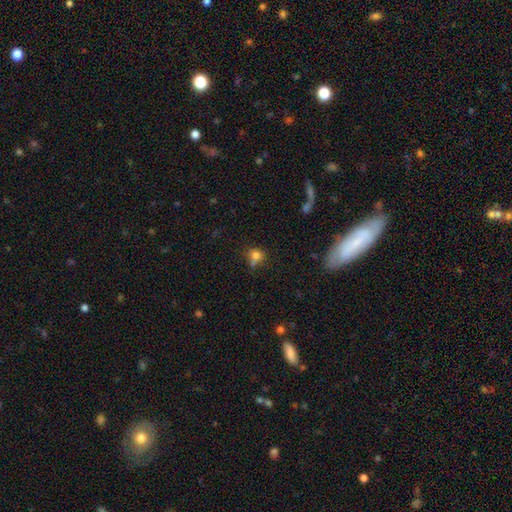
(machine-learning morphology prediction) This is likely a smooth galaxy (76%). How rounded: likely round (72%). Merging: possibly none (51%).